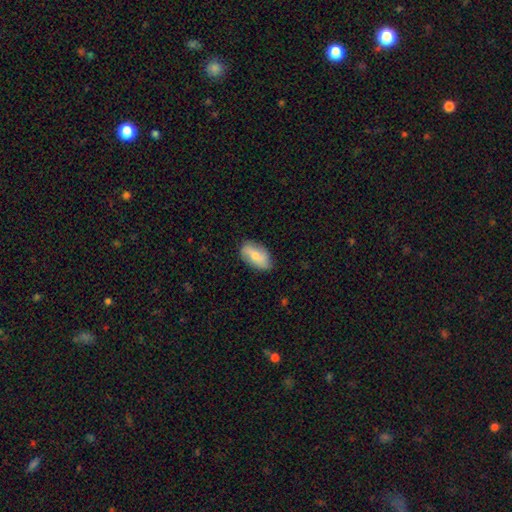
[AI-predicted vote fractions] smooth_or_featured: smooth (p=0.60) [alt: featured or disk p=0.33]
how_rounded: in between (p=0.91) [alt: round p=0.05]
merging: none (p=0.80) [alt: minor disturbance p=0.16]